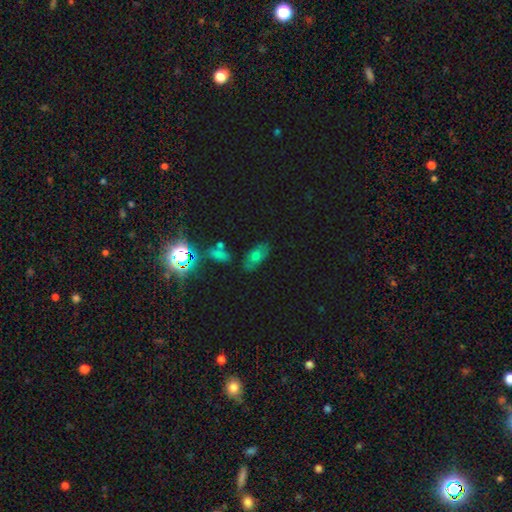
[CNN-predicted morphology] A smooth galaxy with no disk features (53%) that is in between round and cigar-shaped (86%).

Vote fractions:
- Smooth or featured? smooth: 53% / featured or disk: 27% / star or artifact: 21%
- How rounded? in between: 86% / round: 7% / cigar-shaped: 6%
- Merging? none: 73% / minor disturbance: 17% / major disturbance: 6% / merger: 4%